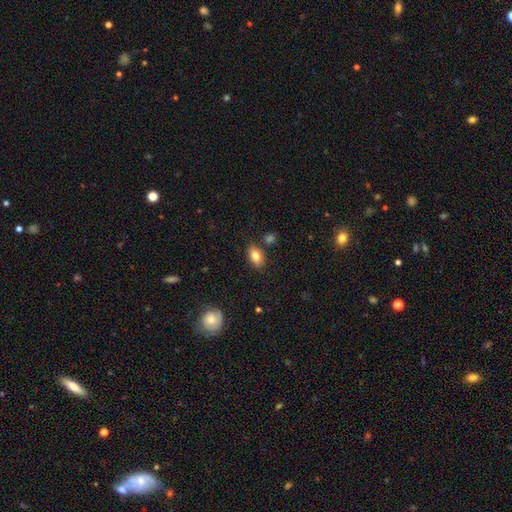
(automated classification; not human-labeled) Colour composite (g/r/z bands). It shows a smooth galaxy with no disk features (80%) that is in between round and cigar-shaped (89%). Merging: none (81%).